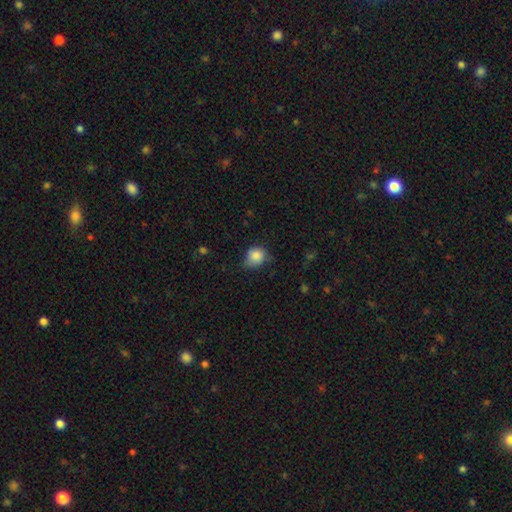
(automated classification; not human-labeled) smooth_or_featured: smooth (p=0.84) [alt: star or artifact p=0.09]
how_rounded: round (p=0.67) [alt: in between p=0.32]
merging: none (p=0.50) [alt: minor disturbance p=0.38]